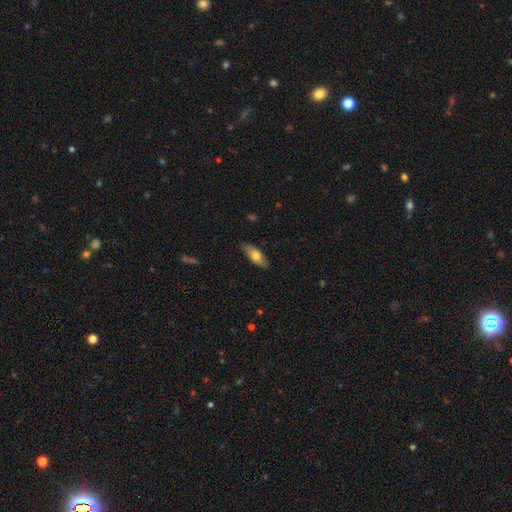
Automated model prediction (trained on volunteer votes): Overall: smooth (66%; featured or disk 28%). How rounded: in between (72%). Merging: none (84%).